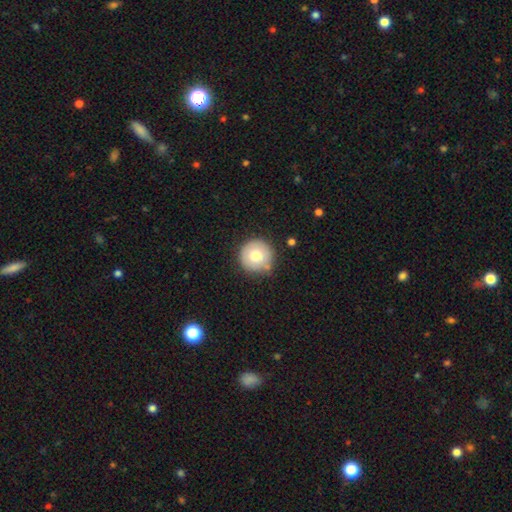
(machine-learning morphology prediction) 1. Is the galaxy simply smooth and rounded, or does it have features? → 77% smooth, 15% featured or disk, 8% star or artifact.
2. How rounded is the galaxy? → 96% round, 3% in between, 1% cigar-shaped.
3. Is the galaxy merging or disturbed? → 80% none, 13% minor disturbance, 4% merger, 3% major disturbance.